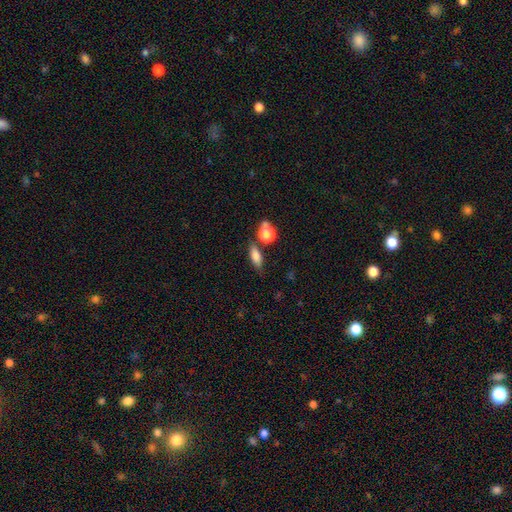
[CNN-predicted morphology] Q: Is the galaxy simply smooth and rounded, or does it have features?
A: smooth — 78%.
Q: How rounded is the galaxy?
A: in between — 68%.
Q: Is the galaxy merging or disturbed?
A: none — 71%.